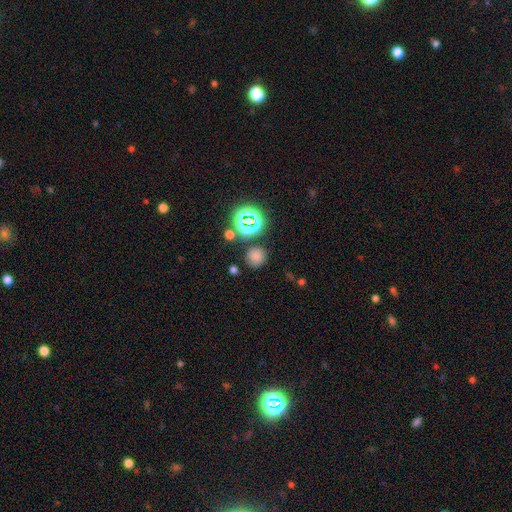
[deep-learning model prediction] Smooth or featured? smooth (71%)
How rounded? round (90%)
Merging? none (80%)